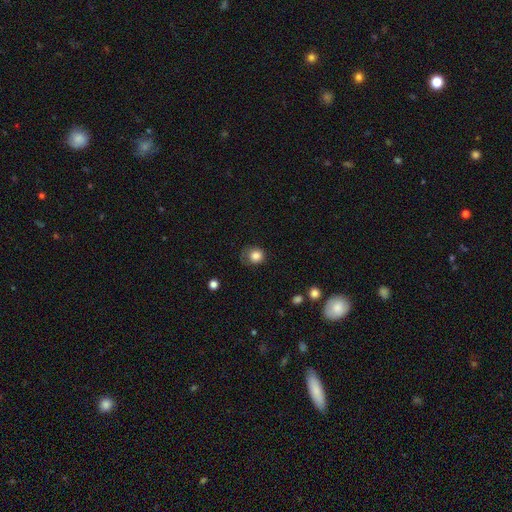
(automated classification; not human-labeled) The model was most divided on "merging": none: 57%, minor disturbance: 28%, major disturbance: 13%, merger: 2%. More confident: smooth or featured — smooth (83%); how rounded — round (80%).